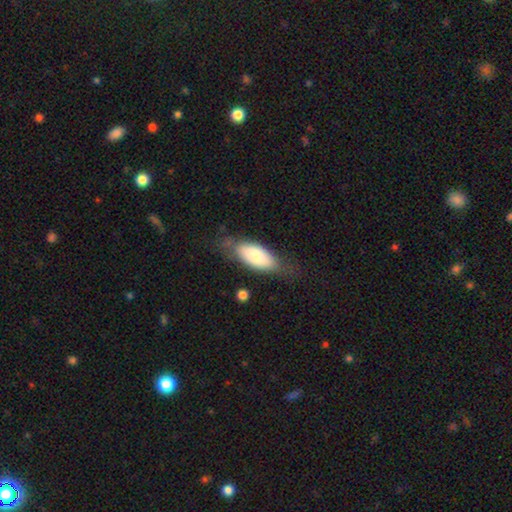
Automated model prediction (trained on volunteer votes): Q: Smooth or featured?
A: smooth (74%); runner-up: featured or disk (20%)
Q: How rounded?
A: in between (85%); runner-up: cigar-shaped (13%)
Q: Merging?
A: none (64%); runner-up: minor disturbance (24%)